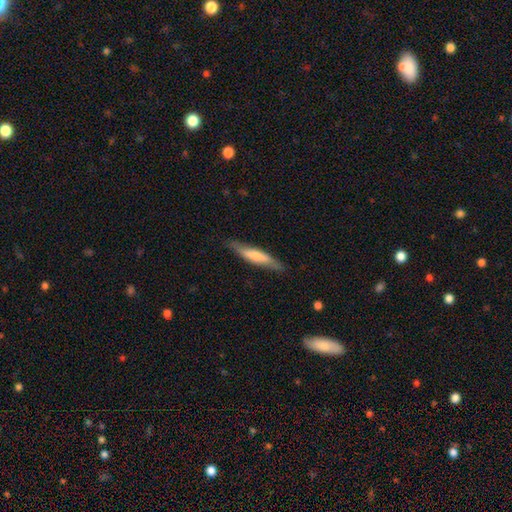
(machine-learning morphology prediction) A smooth galaxy with no disk features (62%) that is cigar-shaped (85%).

Vote fractions:
- Smooth or featured? smooth: 62% / featured or disk: 33% / star or artifact: 5%
- How rounded? cigar-shaped: 85% / in between: 14% / round: 1%
- Merging? none: 82% / minor disturbance: 14% / major disturbance: 3% / merger: 1%